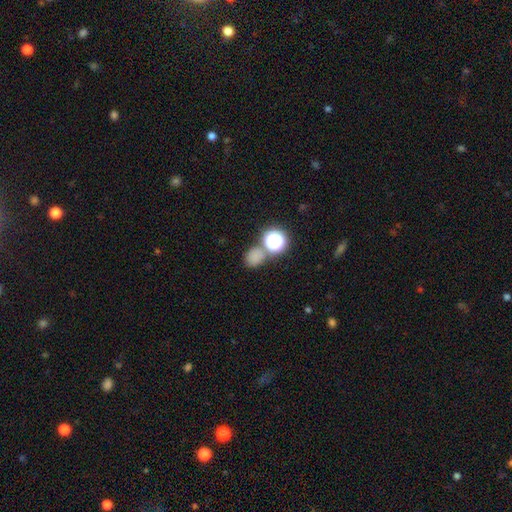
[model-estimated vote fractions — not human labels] A smooth galaxy with no disk features (68%) that is round (64%). Merging: none (64%).